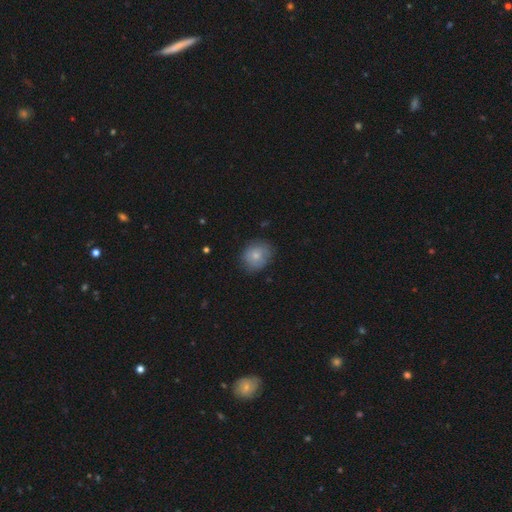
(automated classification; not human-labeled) smooth 71%, featured or disk 22%, star or artifact 8%. Down the decision tree: how rounded — round (71%); merging — none (71%).